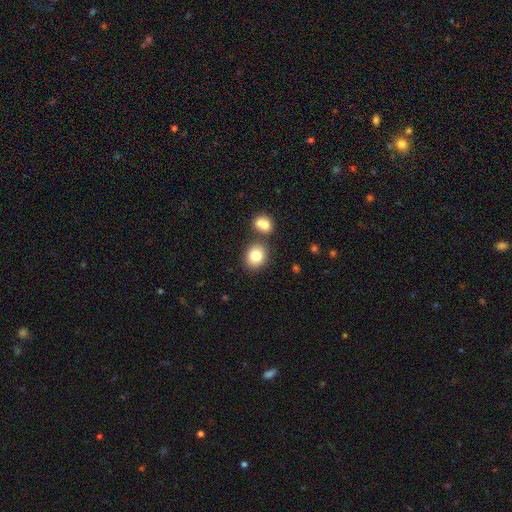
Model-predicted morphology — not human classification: smooth_or_featured: smooth (p=0.82) [alt: star or artifact p=0.09]
how_rounded: round (p=0.63) [alt: in between p=0.36]
merging: none (p=0.70) [alt: merger p=0.18]